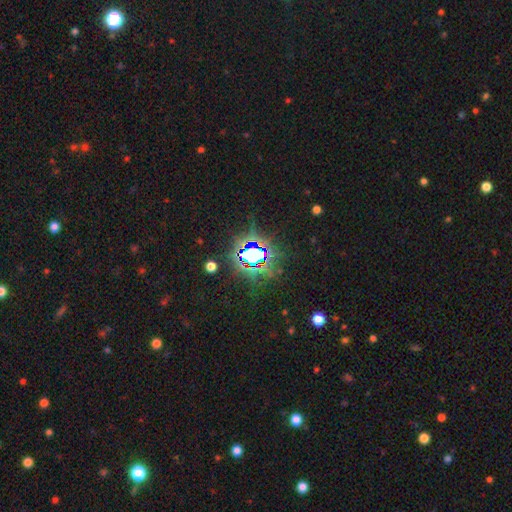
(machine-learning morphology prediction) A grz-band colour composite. It shows a star or artifact, not a galaxy (77%).